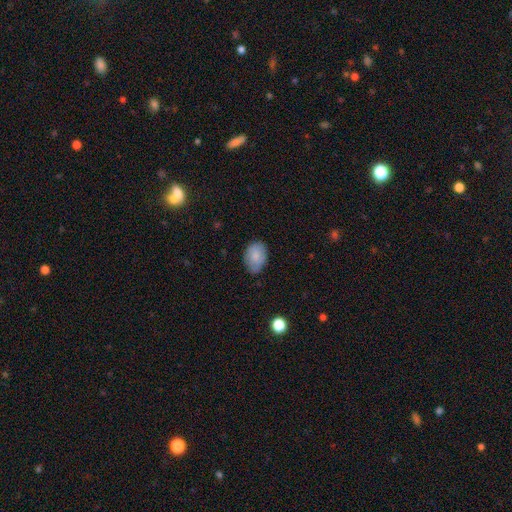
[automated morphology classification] A smooth galaxy with no disk features (84%) that is in between round and cigar-shaped (80%).

Vote fractions:
- Smooth or featured? smooth: 84% / featured or disk: 9% / star or artifact: 7%
- How rounded? in between: 80% / round: 19% / cigar-shaped: 1%
- Merging? none: 71% / minor disturbance: 24% / major disturbance: 4% / merger: 1%